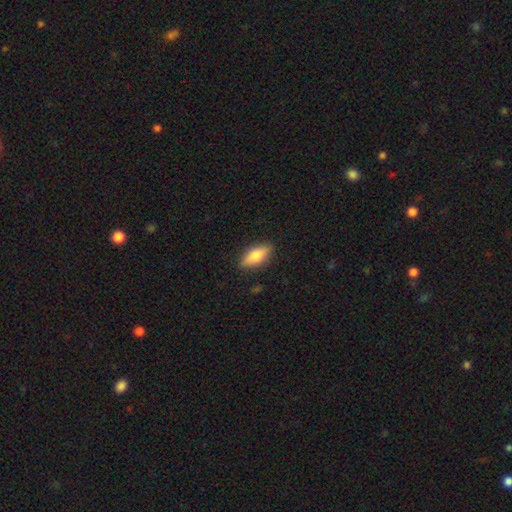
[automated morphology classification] The model was most divided on "smooth or featured": smooth: 73%, featured or disk: 21%, star or artifact: 6%. More confident: merging — none (86%); how rounded — in between (77%).